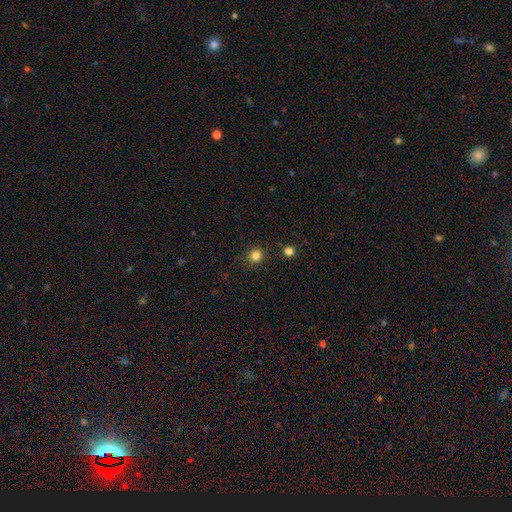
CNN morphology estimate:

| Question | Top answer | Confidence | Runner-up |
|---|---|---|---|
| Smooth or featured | smooth | 82% | star or artifact (14%) |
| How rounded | round | 89% | in between (10%) |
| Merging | none | 88% | minor disturbance (8%) |